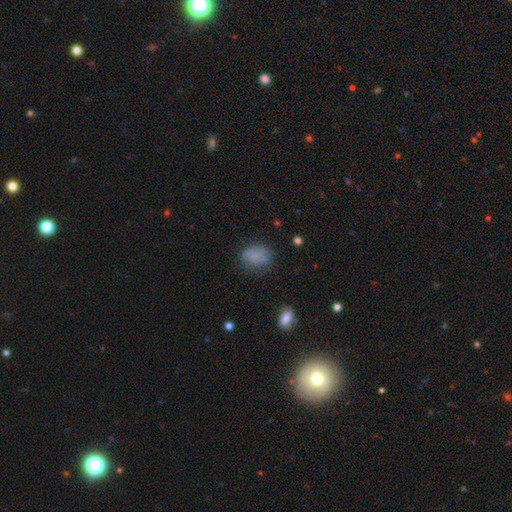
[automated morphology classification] Overall: smooth (75%). How rounded: in between (62%; round 37%). Merging: none (63%; minor disturbance 24%).